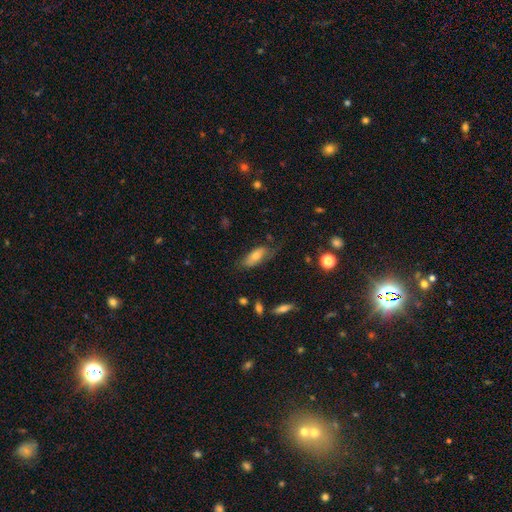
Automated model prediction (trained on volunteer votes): This appears to be a smooth galaxy with no disk features (61%) that is in between round and cigar-shaped (75%). Merging: none (57%).